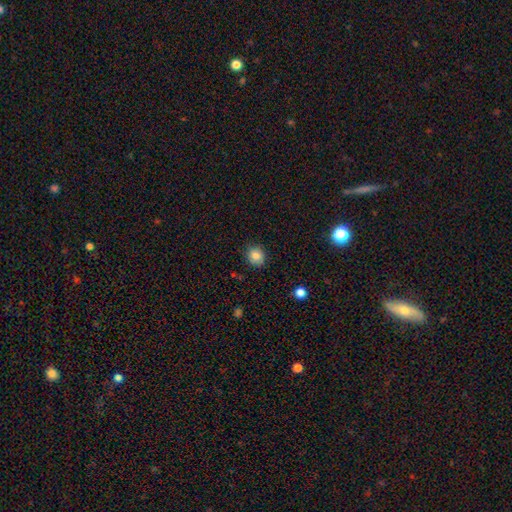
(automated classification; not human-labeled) This appears to be a smooth galaxy with no disk features (83%) that is round (83%). Merging: none (87%).